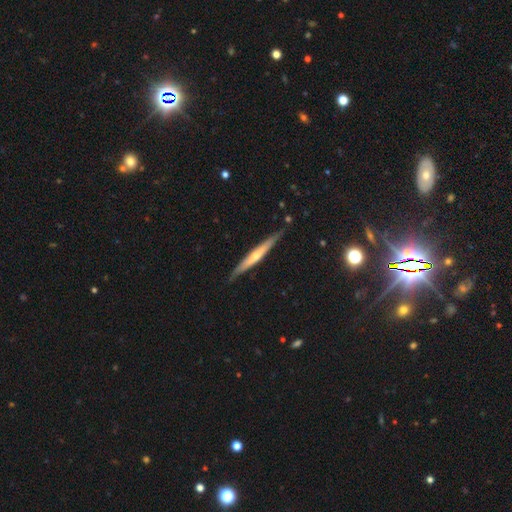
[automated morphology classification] Smooth or featured? featured or disk (60%)
Edge-on disk? yes (95%)
Edge-on bulge? rounded (58%)
Merging? none (84%)